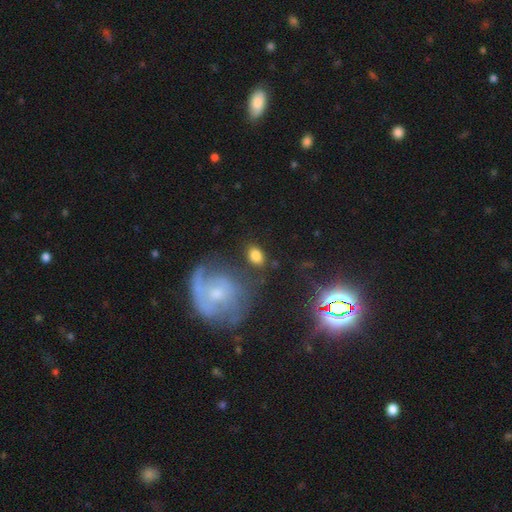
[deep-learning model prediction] The model was most divided on "how rounded": in between: 77%, round: 21%, cigar-shaped: 2%. More confident: smooth or featured — smooth (78%); merging — none (74%).